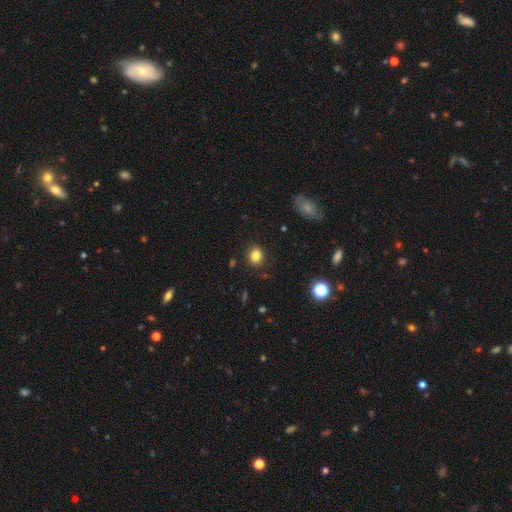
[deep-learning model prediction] This is clearly a smooth galaxy (83%). How rounded: likely round (67%). Merging: clearly none (88%).